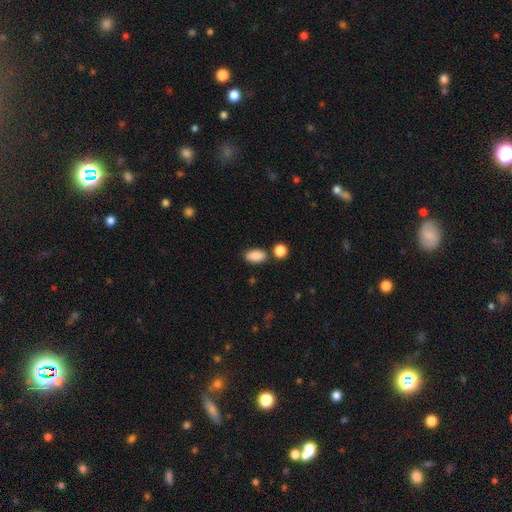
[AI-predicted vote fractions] Overall: smooth (88%). How rounded: in between (91%). Merging: none (77%).